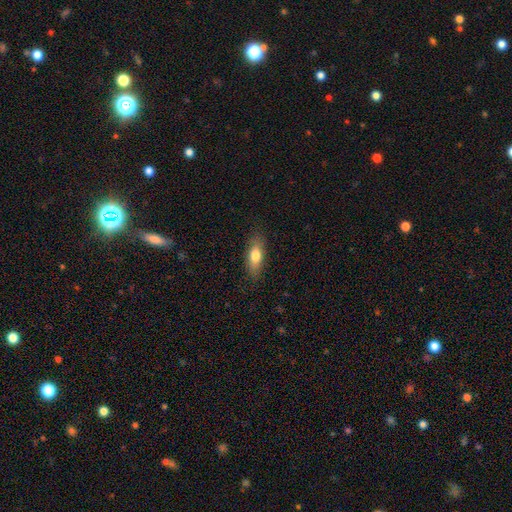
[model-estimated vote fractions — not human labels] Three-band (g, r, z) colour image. It shows a smooth galaxy with no disk features (74%) that is in between round and cigar-shaped (70%). Merging: none (83%).